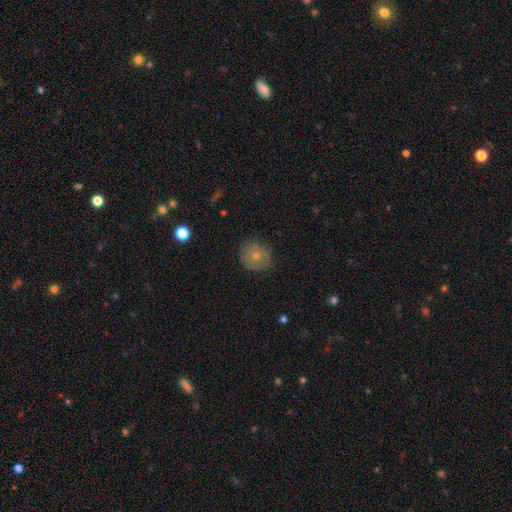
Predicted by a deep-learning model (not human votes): Q: Smooth or featured?
A: smooth (67%); runner-up: featured or disk (24%)
Q: How rounded?
A: round (88%); runner-up: in between (11%)
Q: Merging?
A: none (77%); runner-up: minor disturbance (18%)